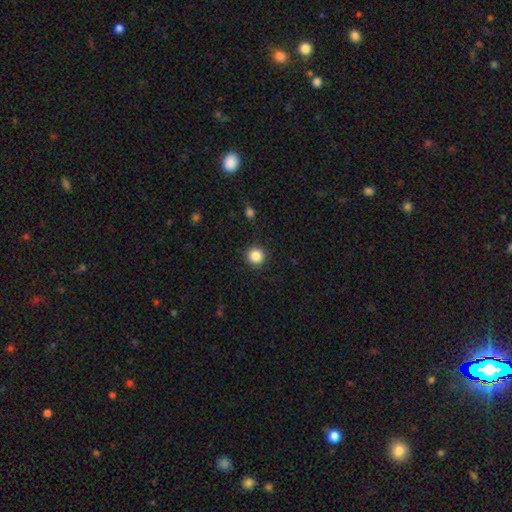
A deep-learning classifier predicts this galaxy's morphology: smooth 86%, star or artifact 10%, featured or disk 4%. Down the decision tree: how rounded — round (94%); merging — none (92%).